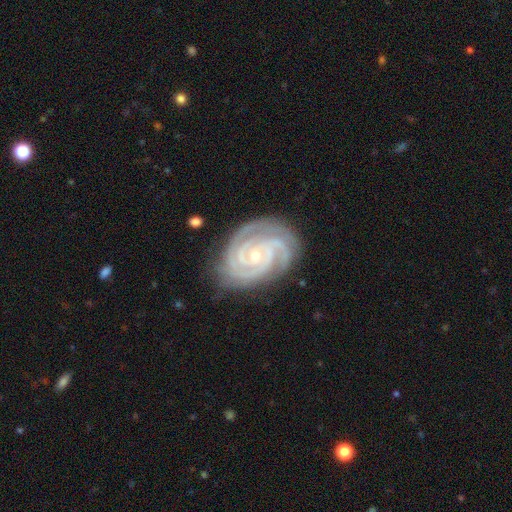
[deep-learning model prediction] Smooth or featured? Predicted: featured or disk (p=0.92). Edge-on disk? Predicted: no (p=0.98). Bar? Predicted: no (p=0.64). Spiral arms? Predicted: yes (p=0.99). Spiral winding? Predicted: tight (p=0.81). Spiral arm count? Predicted: 3 (p=0.41). Bulge size? Predicted: small (p=0.74). Merging? Predicted: none (p=0.80).